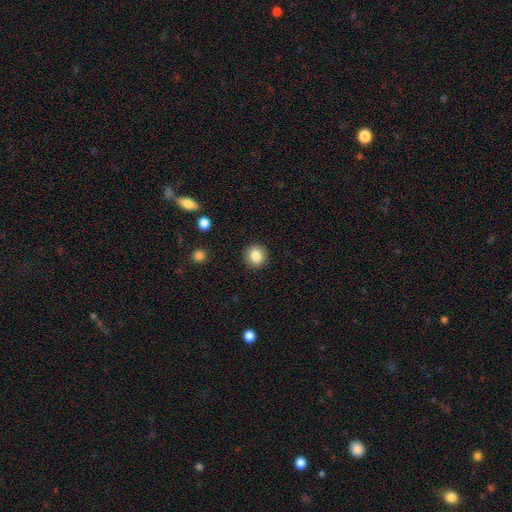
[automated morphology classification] smooth_or_featured: smooth (p=0.85) [alt: star or artifact p=0.09]
how_rounded: round (p=0.84) [alt: in between p=0.15]
merging: none (p=0.91) [alt: minor disturbance p=0.06]